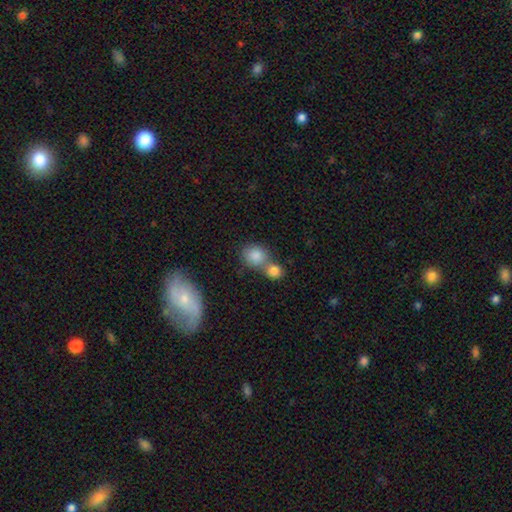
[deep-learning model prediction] Smooth or featured: smooth — 84% (star or artifact — 9%)
How rounded: round — 70% (in between — 29%)
Merging: merger — 51% (none — 36%)